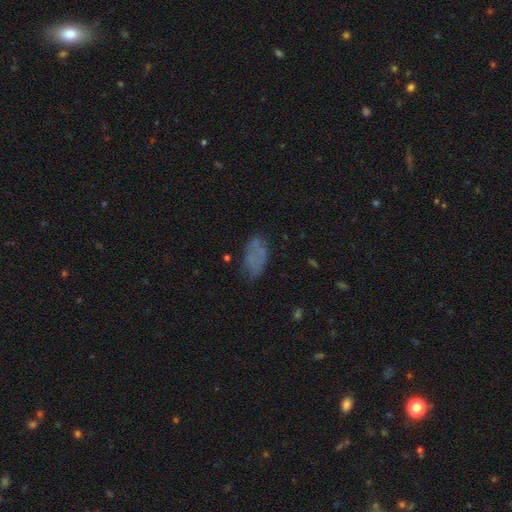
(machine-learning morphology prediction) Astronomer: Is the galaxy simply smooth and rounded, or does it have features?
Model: smooth — 62%.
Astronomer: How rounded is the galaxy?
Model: in between — 91%.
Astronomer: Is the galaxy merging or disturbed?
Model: none — 59%.